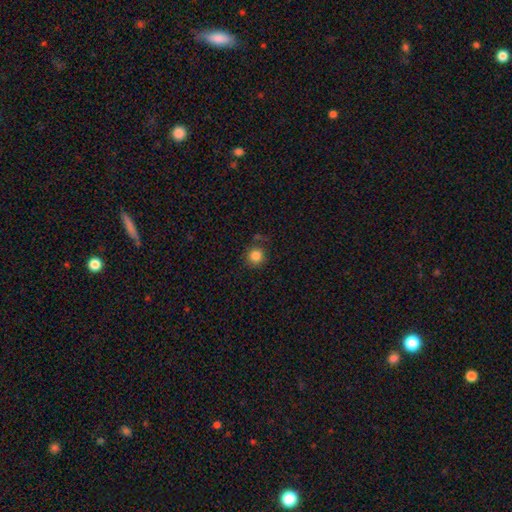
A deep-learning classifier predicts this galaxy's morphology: A smooth galaxy with no disk features (85%) that is round (93%).

Vote fractions:
- Smooth or featured? smooth: 85% / star or artifact: 11% / featured or disk: 4%
- How rounded? round: 93% / in between: 6% / cigar-shaped: 1%
- Merging? none: 78% / minor disturbance: 13% / merger: 5% / major disturbance: 4%